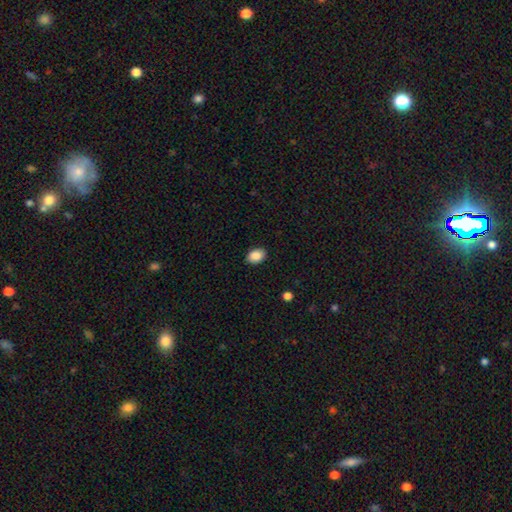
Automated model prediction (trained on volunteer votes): smooth-or-featured: smooth: 89% | star or artifact: 8% | featured or disk: 4%
  how-rounded: in between: 77% | round: 22% | cigar-shaped: 1%
  merging: none: 89% | minor disturbance: 8% | major disturbance: 2% | merger: 1%